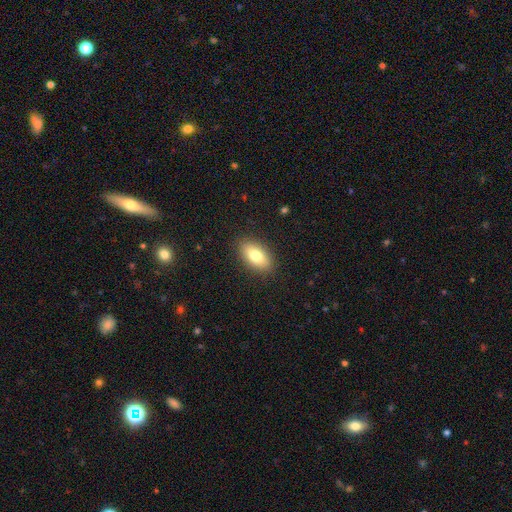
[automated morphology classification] The model was most divided on "smooth or featured": smooth: 79%, featured or disk: 14%, star or artifact: 7%. More confident: how rounded — in between (90%); merging — none (88%).